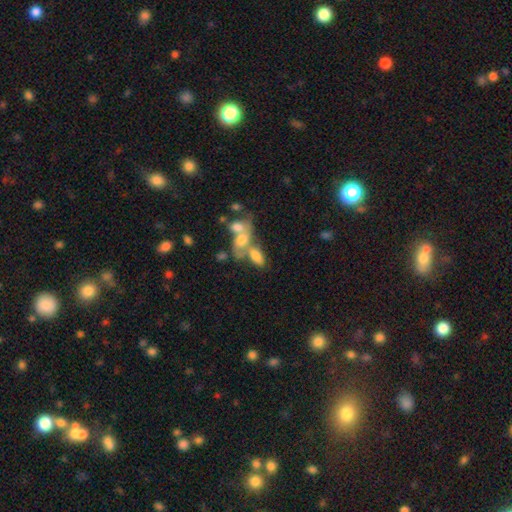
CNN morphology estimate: Smooth or featured? Predicted: smooth (p=0.68). How rounded? Predicted: in between (p=0.87). Merging? Predicted: merger (p=0.58).